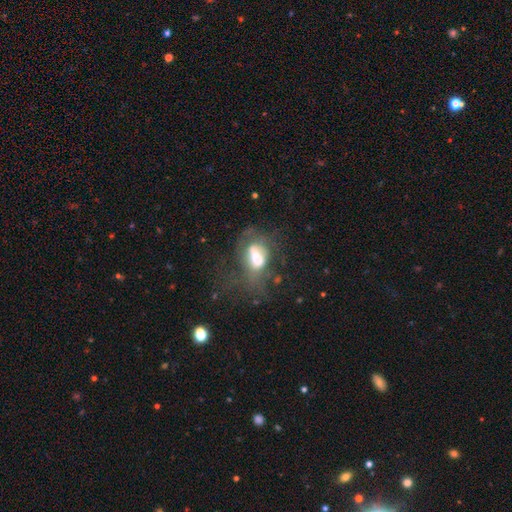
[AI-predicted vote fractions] This is marginally a smooth galaxy (43%, tied with featured or disk). Merging: marginally major disturbance (40%).